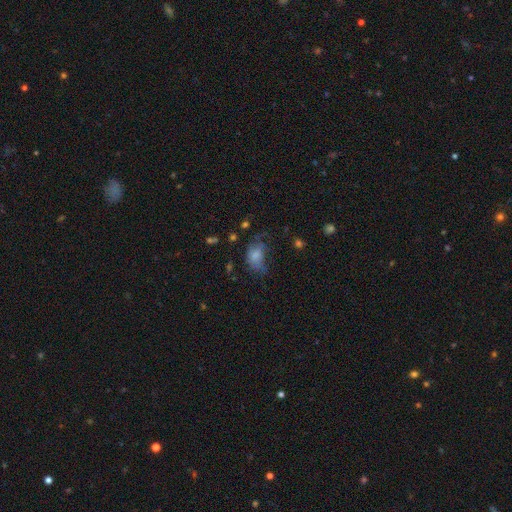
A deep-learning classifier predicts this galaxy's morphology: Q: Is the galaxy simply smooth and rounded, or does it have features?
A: smooth — 68%.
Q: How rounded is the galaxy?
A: in between — 81%.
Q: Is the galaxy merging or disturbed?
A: major disturbance — 36%.